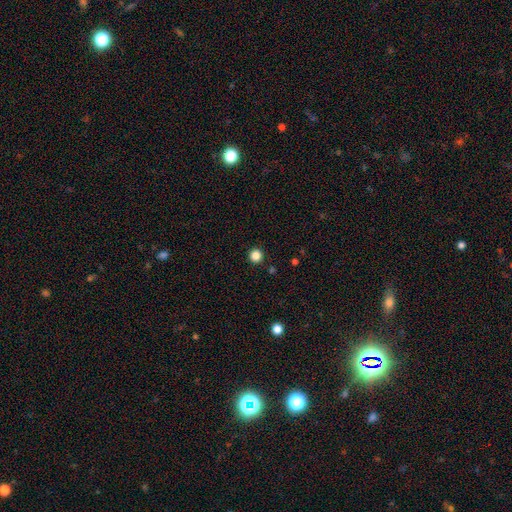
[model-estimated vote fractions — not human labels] This is clearly a smooth galaxy (85%). How rounded: clearly round (96%). Merging: clearly none (93%).